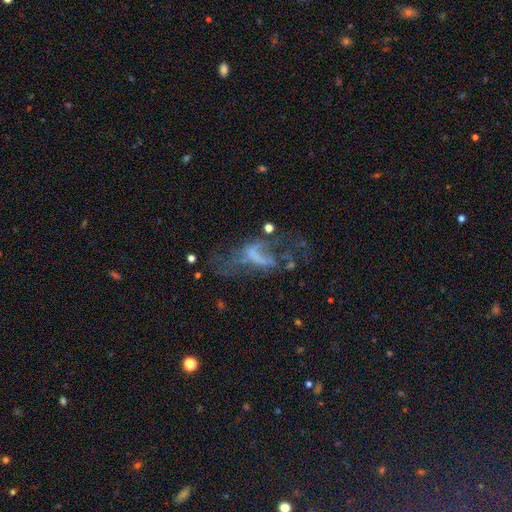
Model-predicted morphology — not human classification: smooth_or_featured: featured or disk (p=0.61) [alt: smooth p=0.20]
disk_edge_on: no (p=0.94) [alt: yes p=0.06]
bar: no (p=0.62) [alt: weak p=0.24]
has_spiral_arms: no (p=0.68) [alt: yes p=0.32]
bulge_size: none (p=0.69) [alt: small p=0.14]
merging: major disturbance (p=0.47) [alt: none p=0.27]